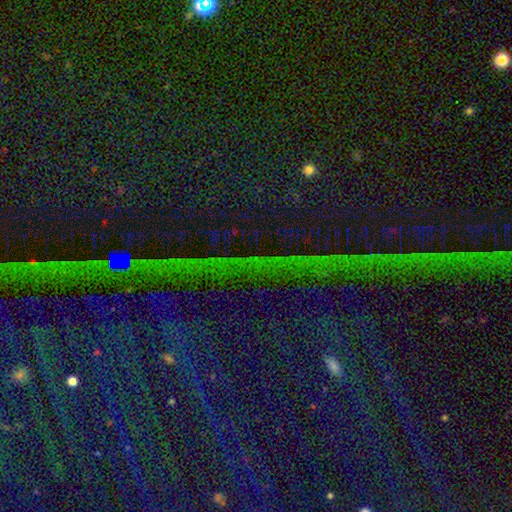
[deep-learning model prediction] This appears to be a star or artifact, not a galaxy (82%).